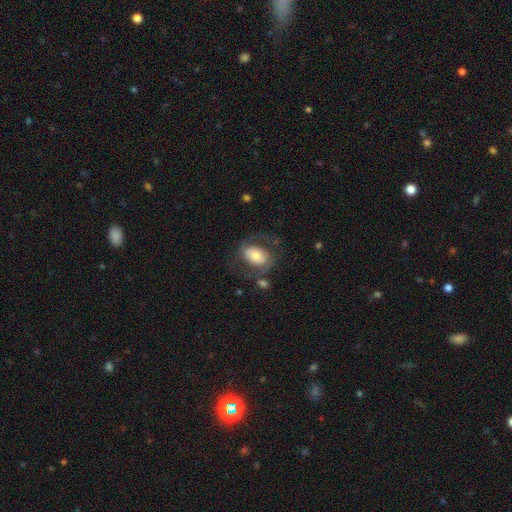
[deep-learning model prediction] smooth-or-featured: smooth: 54% | featured or disk: 39% | star or artifact: 7%
  how-rounded: in between: 78% | round: 20% | cigar-shaped: 1%
  merging: none: 58% | minor disturbance: 19% | major disturbance: 18% | merger: 5%